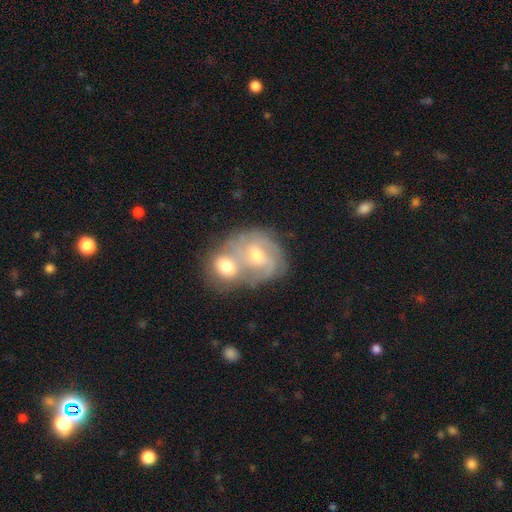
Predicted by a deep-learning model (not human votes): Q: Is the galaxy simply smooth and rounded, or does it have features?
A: featured or disk — 71%.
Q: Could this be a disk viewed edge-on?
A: no — 97%.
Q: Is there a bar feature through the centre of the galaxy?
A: weak — 47%.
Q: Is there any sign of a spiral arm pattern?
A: yes — 88%.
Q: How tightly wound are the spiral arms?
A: tight — 54%.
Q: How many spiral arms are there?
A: can't tell — 36%.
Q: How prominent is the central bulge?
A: moderate — 59%.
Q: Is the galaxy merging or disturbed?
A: merger — 63%.